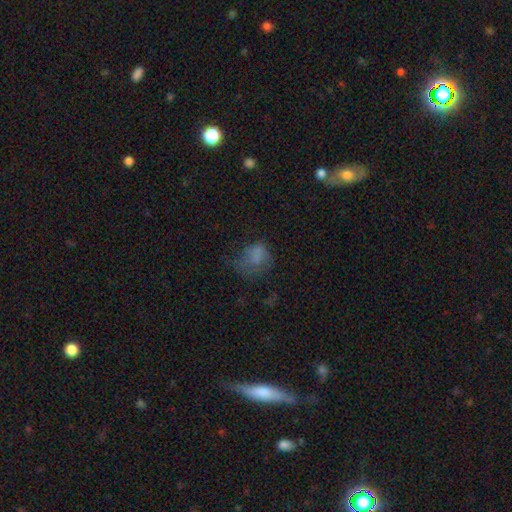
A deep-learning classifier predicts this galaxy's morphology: Smooth or featured: smooth — 59% (featured or disk — 23%)
How rounded: in between — 51% (round — 47%)
Merging: major disturbance — 40% (none — 31%)